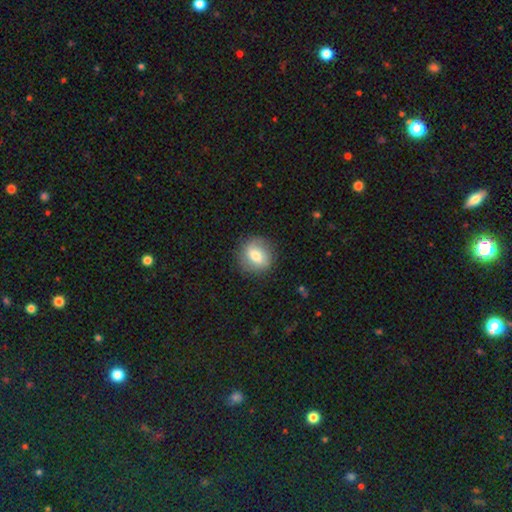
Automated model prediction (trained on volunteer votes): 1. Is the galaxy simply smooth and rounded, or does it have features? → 69% smooth, 23% featured or disk, 8% star or artifact.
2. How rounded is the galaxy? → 75% round, 23% in between, 1% cigar-shaped.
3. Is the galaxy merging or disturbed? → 83% none, 12% minor disturbance, 4% major disturbance, 1% merger.